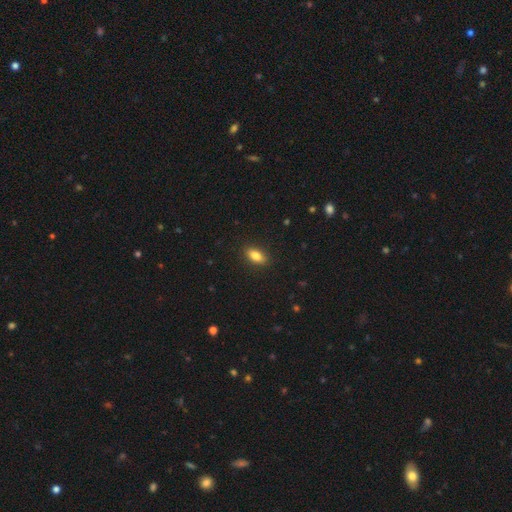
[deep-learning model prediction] This is clearly a smooth galaxy (84%). How rounded: clearly in between (86%). Merging: clearly none (88%).